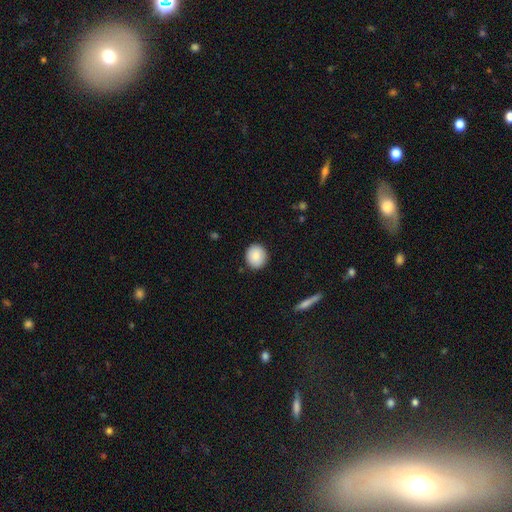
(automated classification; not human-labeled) This is clearly a smooth galaxy (87%). How rounded: clearly round (81%). Merging: clearly none (89%).